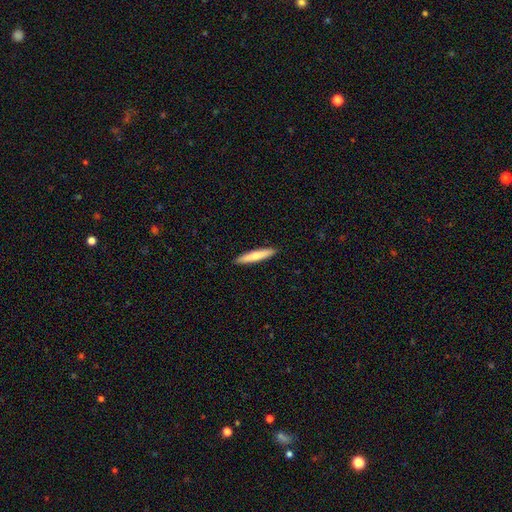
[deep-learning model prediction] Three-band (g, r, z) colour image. It shows a smooth galaxy with no disk features (69%) that is cigar-shaped (92%). Merging: none (92%).